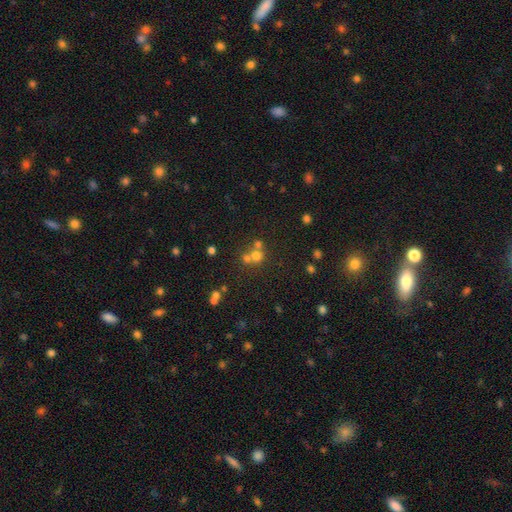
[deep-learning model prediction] A smooth galaxy with no disk features (63%) that is round (87%). Merging: none (46%).